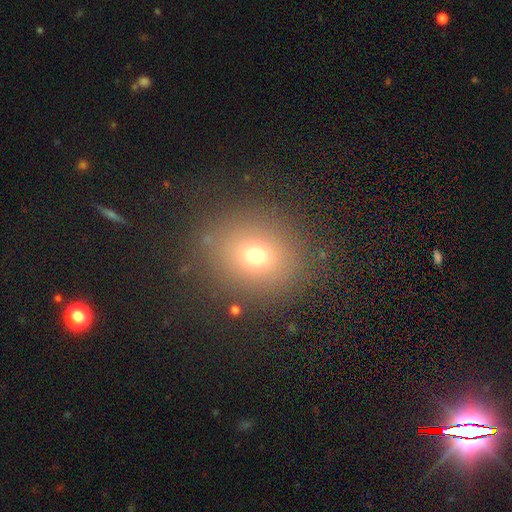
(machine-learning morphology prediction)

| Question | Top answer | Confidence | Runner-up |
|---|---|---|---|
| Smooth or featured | smooth | 70% | star or artifact (20%) |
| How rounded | round | 77% | in between (22%) |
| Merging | none | 84% | minor disturbance (9%) |